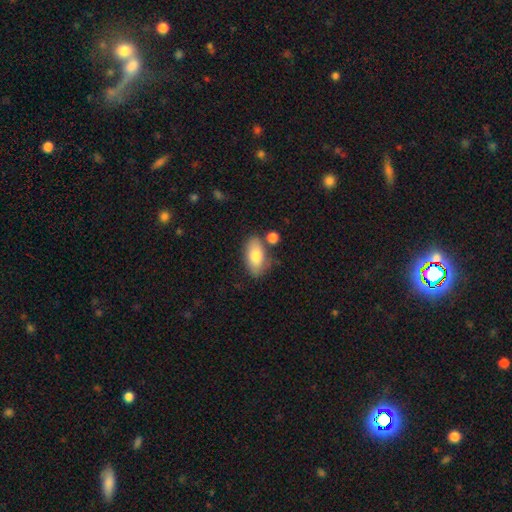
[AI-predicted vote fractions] Smooth or featured?
  - smooth: 76% *
  - featured or disk: 17%
  - star or artifact: 7%
How rounded?
  - in between: 90% *
  - round: 5%
  - cigar-shaped: 5%
Merging?
  - none: 71% *
  - minor disturbance: 16%
  - merger: 9%
  - major disturbance: 4%